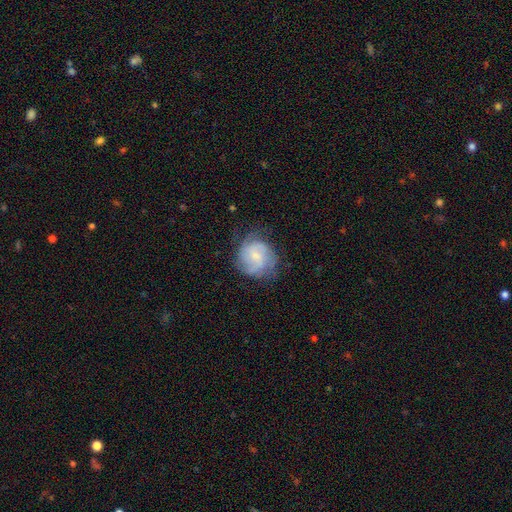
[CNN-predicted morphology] This is possibly a featured or disk galaxy (60%). It is clearly not viewed edge-on (98%). Bar: possibly no (50%). Spiral arm pattern: clearly yes (86%). Spiral arm count: marginally 2 (34%). Spiral winding: marginally medium (42%). Central bulge: possibly small (59%). Merging: likely none (62%).